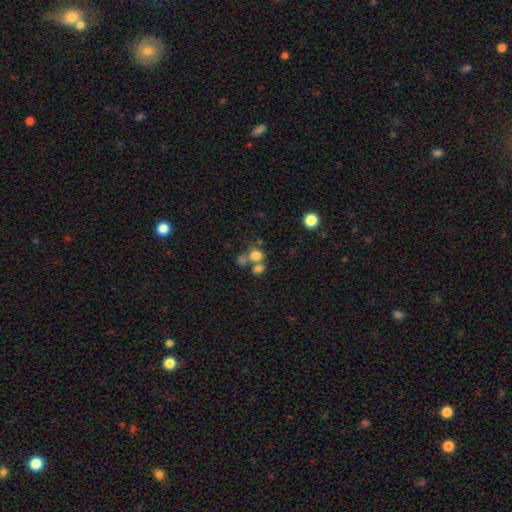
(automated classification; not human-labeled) Smooth or featured?
  - smooth: 74% *
  - star or artifact: 14%
  - featured or disk: 12%
How rounded?
  - round: 71% *
  - in between: 28%
  - cigar-shaped: 1%
Merging?
  - merger: 44% *
  - none: 42%
  - minor disturbance: 9%
  - major disturbance: 6%